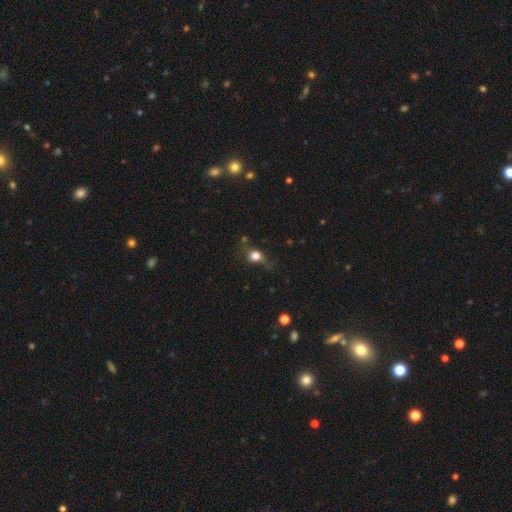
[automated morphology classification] A smooth galaxy with no disk features (71%) that is round (73%).

Vote fractions:
- Smooth or featured? smooth: 71% / star or artifact: 15% / featured or disk: 15%
- How rounded? round: 73% / in between: 25% / cigar-shaped: 3%
- Merging? none: 53% / minor disturbance: 25% / major disturbance: 18% / merger: 3%